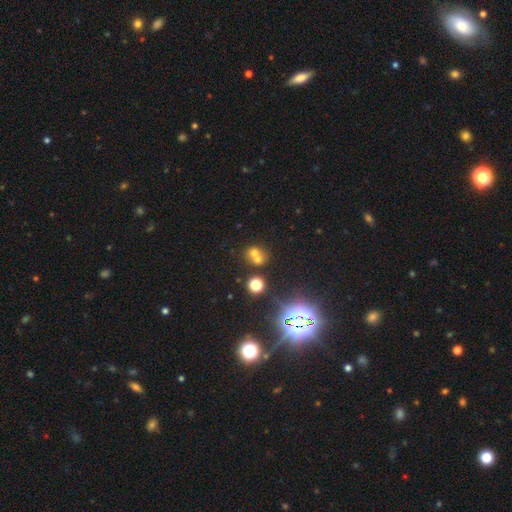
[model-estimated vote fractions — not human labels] Smooth or featured: smooth — 59% (star or artifact — 23%)
How rounded: round — 74% (in between — 25%)
Merging: merger — 58% (none — 33%)